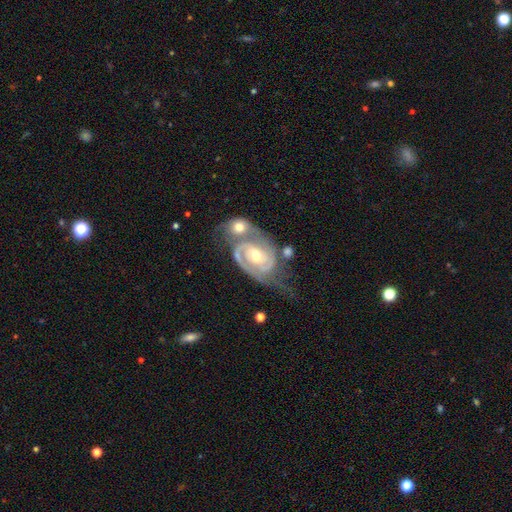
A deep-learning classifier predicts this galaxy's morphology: This is clearly a featured or disk galaxy (91%). It is clearly not viewed edge-on (97%). Bar: possibly no (56%). Spiral arm pattern: clearly yes (97%). Spiral arm count: likely 2 (77%). Spiral winding: likely tight (60%). Central bulge: likely moderate (67%). Merging: possibly merger (49%).